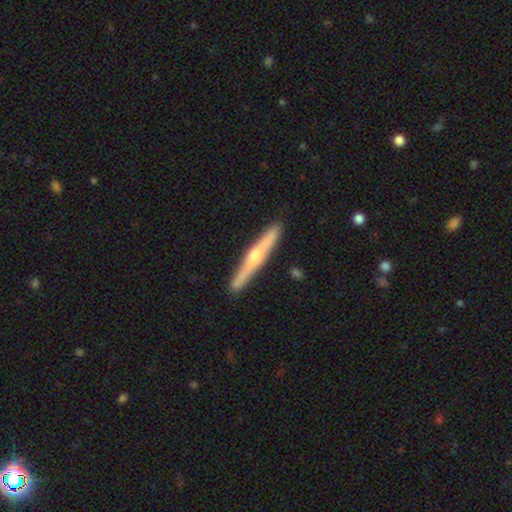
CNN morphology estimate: featured or disk 64%, smooth 31%, star or artifact 5%. Down the decision tree: edge-on disk — yes (97%); edge-on bulge — rounded (85%); merging — none (89%).